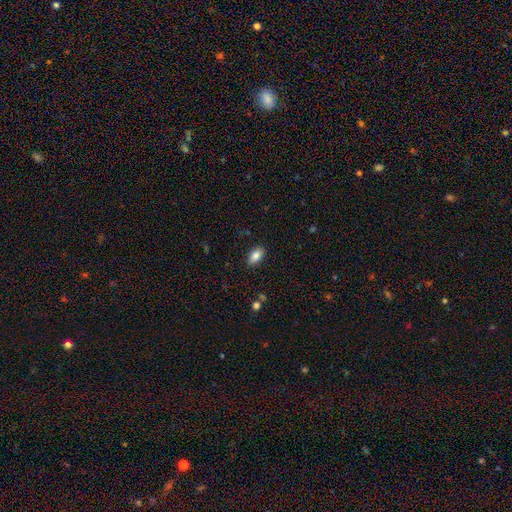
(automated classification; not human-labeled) Q: Smooth or featured?
A: smooth (85%); runner-up: star or artifact (8%)
Q: How rounded?
A: in between (91%); runner-up: cigar-shaped (5%)
Q: Merging?
A: none (88%); runner-up: minor disturbance (9%)